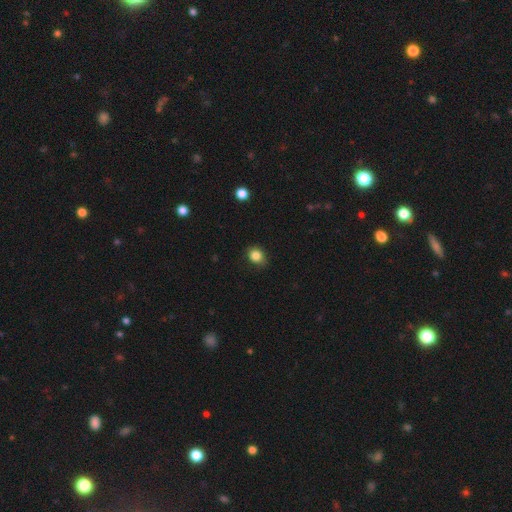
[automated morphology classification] Q: Smooth or featured?
A: smooth (85%); runner-up: star or artifact (10%)
Q: How rounded?
A: round (64%); runner-up: in between (35%)
Q: Merging?
A: none (78%); runner-up: minor disturbance (17%)